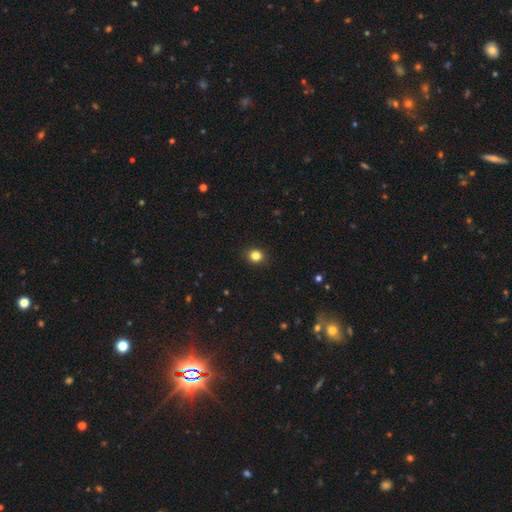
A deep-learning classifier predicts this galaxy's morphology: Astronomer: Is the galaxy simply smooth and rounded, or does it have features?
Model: smooth — 83%.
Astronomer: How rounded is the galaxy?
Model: round — 71%.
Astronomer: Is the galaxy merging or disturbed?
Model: none — 91%.